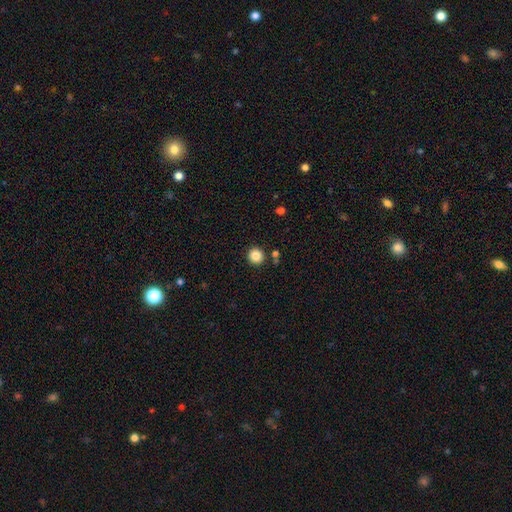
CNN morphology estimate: Smooth or featured?
  - smooth: 86% *
  - star or artifact: 10%
  - featured or disk: 4%
How rounded?
  - round: 92% *
  - in between: 7%
  - cigar-shaped: 1%
Merging?
  - none: 89% *
  - minor disturbance: 6%
  - merger: 4%
  - major disturbance: 2%